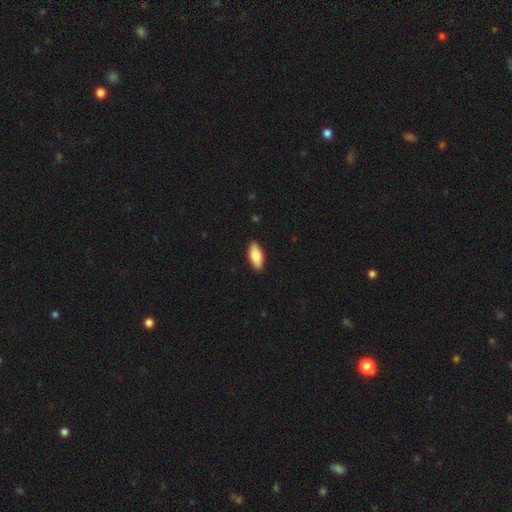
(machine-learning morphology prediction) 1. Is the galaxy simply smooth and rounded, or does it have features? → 83% smooth, 11% featured or disk, 6% star or artifact.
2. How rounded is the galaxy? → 88% in between, 10% cigar-shaped, 2% round.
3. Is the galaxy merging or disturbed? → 90% none, 8% minor disturbance, 2% major disturbance, 1% merger.